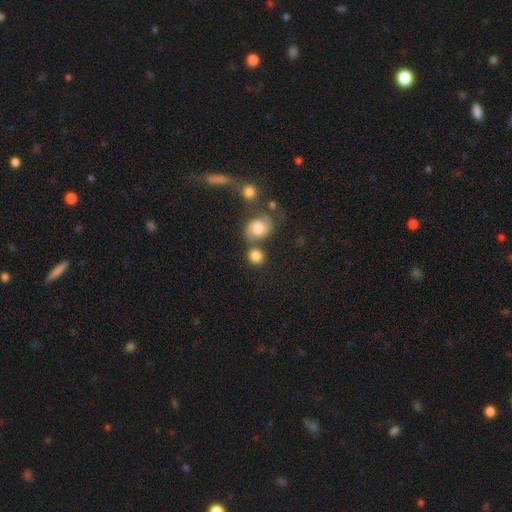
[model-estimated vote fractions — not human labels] smooth-or-featured: smooth: 75% | featured or disk: 17% | star or artifact: 9%
  how-rounded: round: 80% | in between: 19% | cigar-shaped: 1%
  merging: none: 53% | merger: 30% | minor disturbance: 11% | major disturbance: 6%